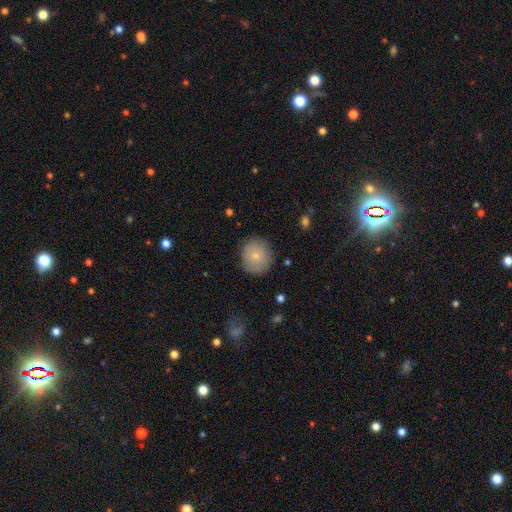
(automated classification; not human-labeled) Smooth or featured? Predicted: smooth (p=0.76). How rounded? Predicted: round (p=0.86). Merging? Predicted: none (p=0.83).